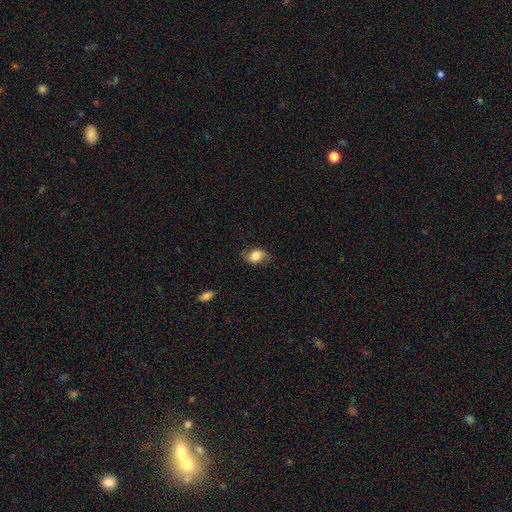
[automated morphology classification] smooth 66%, featured or disk 26%, star or artifact 8%. Down the decision tree: how rounded — in between (77%); merging — none (70%).